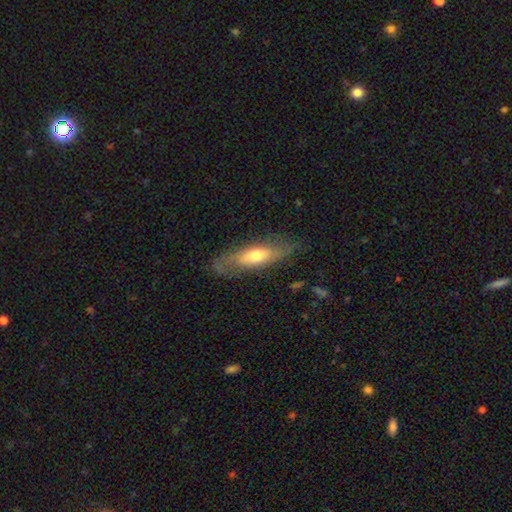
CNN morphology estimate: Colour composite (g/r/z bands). It shows a smooth galaxy with no disk features (48%). Merging: none (72%).